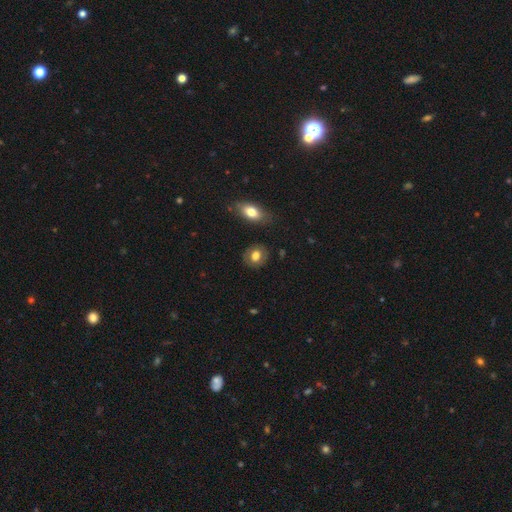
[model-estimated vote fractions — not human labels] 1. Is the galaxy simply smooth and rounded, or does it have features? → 73% smooth, 19% featured or disk, 8% star or artifact.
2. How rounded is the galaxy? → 61% round, 38% in between, 1% cigar-shaped.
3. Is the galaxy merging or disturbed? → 84% none, 11% minor disturbance, 3% major disturbance, 2% merger.